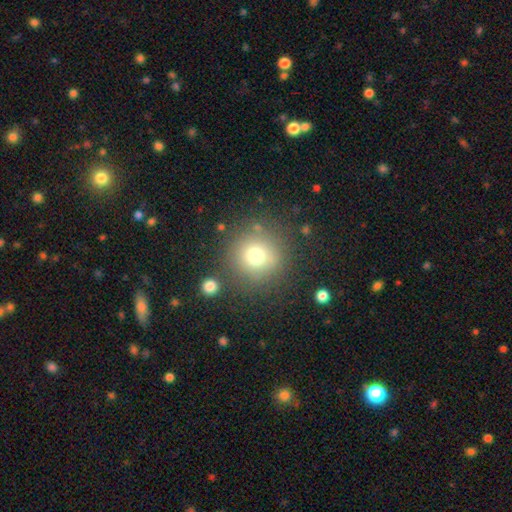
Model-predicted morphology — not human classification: A smooth galaxy with no disk features (73%) that is round (94%).

Vote fractions:
- Smooth or featured? smooth: 73% / star or artifact: 16% / featured or disk: 11%
- How rounded? round: 94% / in between: 5% / cigar-shaped: 1%
- Merging? none: 81% / minor disturbance: 9% / merger: 5% / major disturbance: 5%